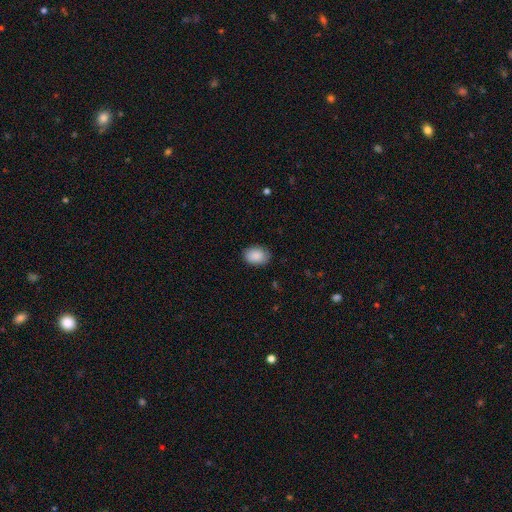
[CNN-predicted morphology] A smooth galaxy with no disk features (89%) that is in between round and cigar-shaped (77%).

Vote fractions:
- Smooth or featured? smooth: 89% / star or artifact: 7% / featured or disk: 5%
- How rounded? in between: 77% / round: 22% / cigar-shaped: 1%
- Merging? none: 83% / minor disturbance: 14% / major disturbance: 3% / merger: 1%